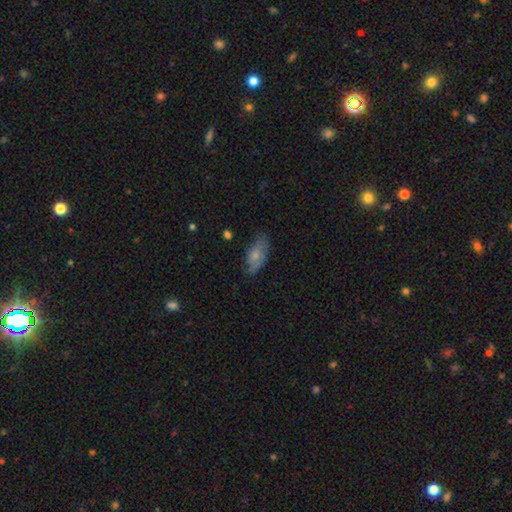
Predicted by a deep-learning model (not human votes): Morphology: type=smooth (63%); roundness=in between (87%); merging=none (59%).